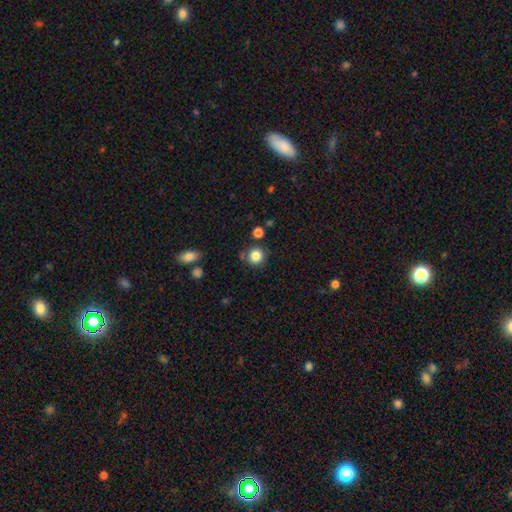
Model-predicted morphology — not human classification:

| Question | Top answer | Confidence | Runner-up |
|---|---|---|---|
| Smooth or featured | smooth | 83% | star or artifact (11%) |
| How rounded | round | 91% | in between (8%) |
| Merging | none | 80% | minor disturbance (10%) |